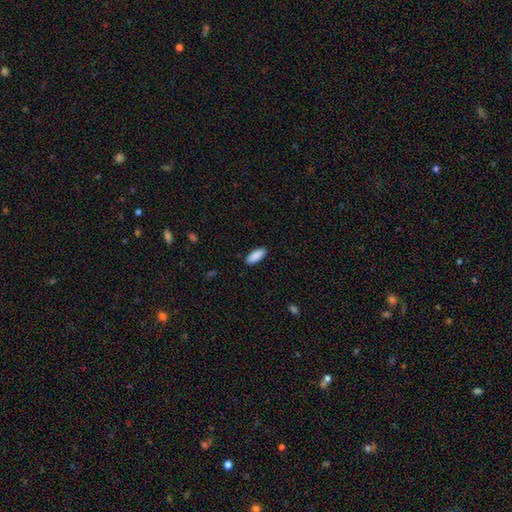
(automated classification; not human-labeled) smooth_or_featured: smooth (p=0.90) [alt: star or artifact p=0.06]
how_rounded: in between (p=0.75) [alt: cigar-shaped p=0.23]
merging: none (p=0.89) [alt: minor disturbance p=0.08]